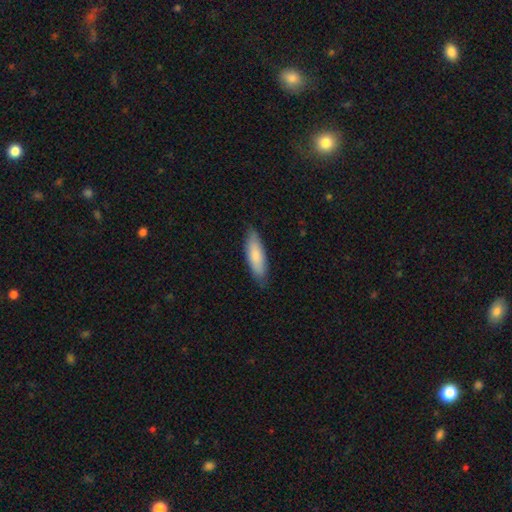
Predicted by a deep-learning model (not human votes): Morphology: type=smooth (81%); roundness=cigar-shaped (50%); merging=none (82%).